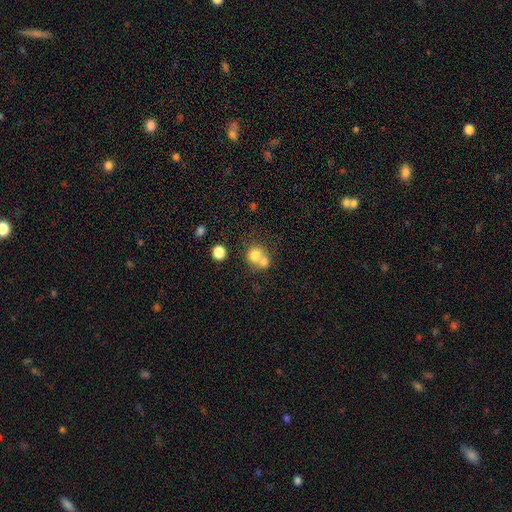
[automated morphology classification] Q: Smooth or featured?
A: smooth (72%); runner-up: featured or disk (16%)
Q: How rounded?
A: round (80%); runner-up: in between (19%)
Q: Merging?
A: merger (57%); runner-up: none (33%)